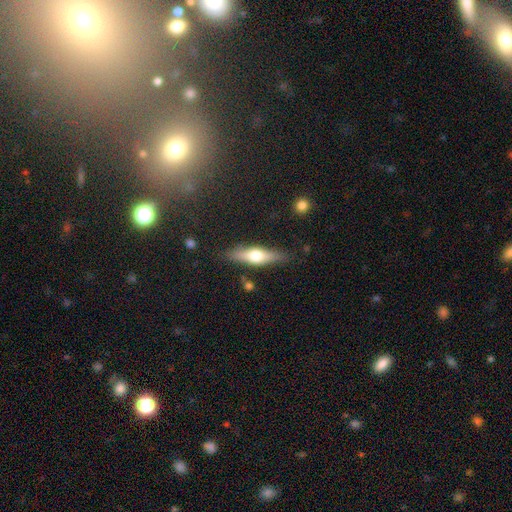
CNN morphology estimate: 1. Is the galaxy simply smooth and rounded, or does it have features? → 52% featured or disk, 42% smooth, 6% star or artifact.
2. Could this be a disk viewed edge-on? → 92% yes, 8% no.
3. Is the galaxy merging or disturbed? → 84% none, 11% minor disturbance, 3% major disturbance, 2% merger.